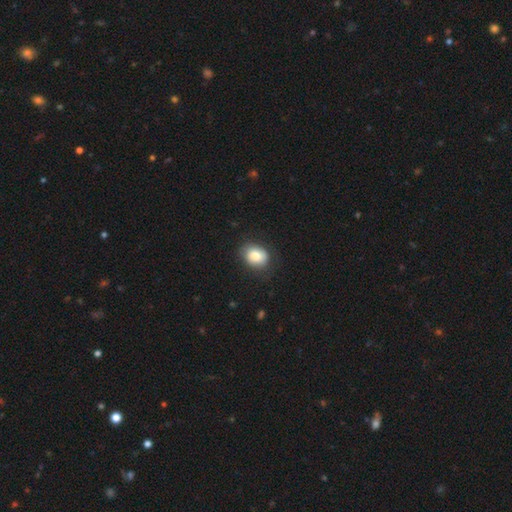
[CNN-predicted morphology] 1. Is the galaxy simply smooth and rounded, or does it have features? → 81% smooth, 11% featured or disk, 8% star or artifact.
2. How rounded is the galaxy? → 55% in between, 44% round, 1% cigar-shaped.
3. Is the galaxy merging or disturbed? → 77% none, 16% minor disturbance, 5% major disturbance, 1% merger.